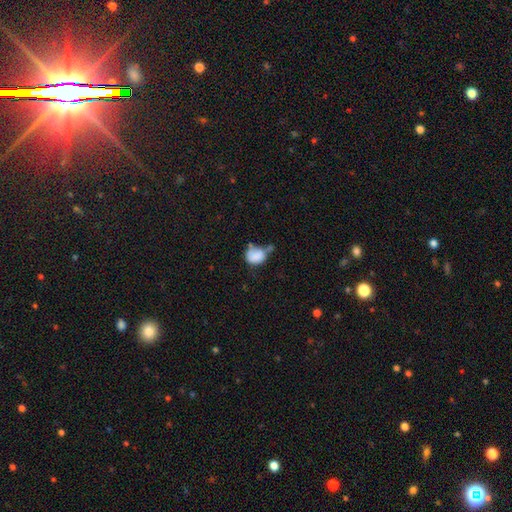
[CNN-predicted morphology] Smooth or featured?
  - smooth: 79% *
  - featured or disk: 12%
  - star or artifact: 9%
How rounded?
  - round: 50% *
  - in between: 49%
  - cigar-shaped: 1%
Merging?
  - none: 30% *
  - minor disturbance: 29%
  - merger: 25%
  - major disturbance: 16%